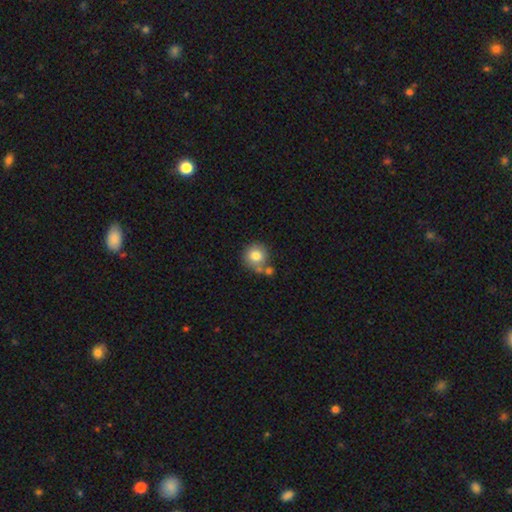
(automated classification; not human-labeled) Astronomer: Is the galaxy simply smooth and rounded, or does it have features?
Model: smooth — 79%.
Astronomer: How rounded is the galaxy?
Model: round — 91%.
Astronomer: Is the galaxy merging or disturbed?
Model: none — 63%.